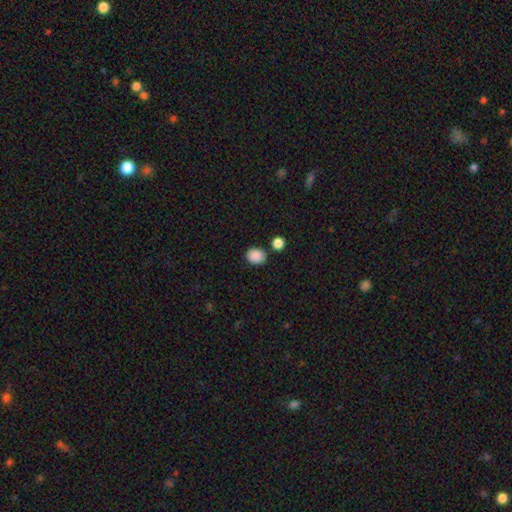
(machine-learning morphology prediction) smooth_or_featured: smooth (p=0.88) [alt: star or artifact p=0.09]
how_rounded: in between (p=0.52) [alt: round p=0.47]
merging: none (p=0.82) [alt: minor disturbance p=0.09]